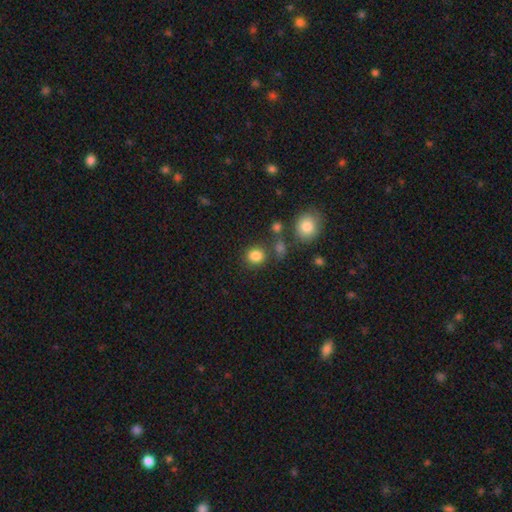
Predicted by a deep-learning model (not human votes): smooth-or-featured: smooth: 83% | star or artifact: 12% | featured or disk: 5%
  how-rounded: round: 77% | in between: 22% | cigar-shaped: 1%
  merging: none: 77% | minor disturbance: 11% | merger: 8% | major disturbance: 4%